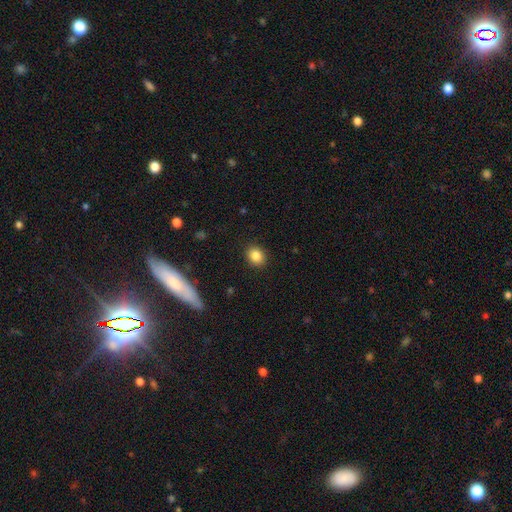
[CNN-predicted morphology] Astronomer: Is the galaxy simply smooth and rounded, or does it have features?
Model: smooth — 85%.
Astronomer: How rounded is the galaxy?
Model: round — 61% (runner-up: in between, 38%).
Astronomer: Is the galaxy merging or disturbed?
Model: none — 89%.